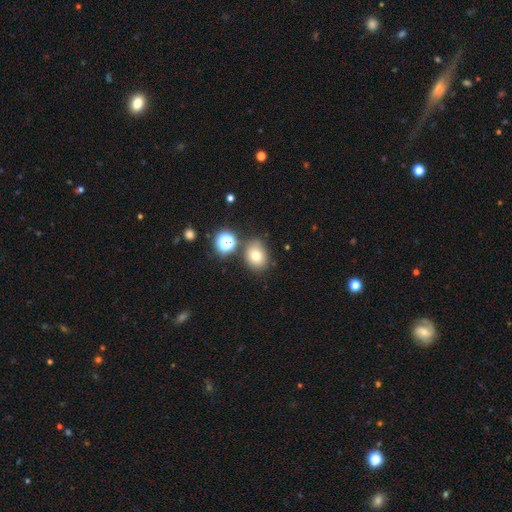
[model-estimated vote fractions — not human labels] Morphology: type=smooth (73%); roundness=round (52%); merging=none (74%).